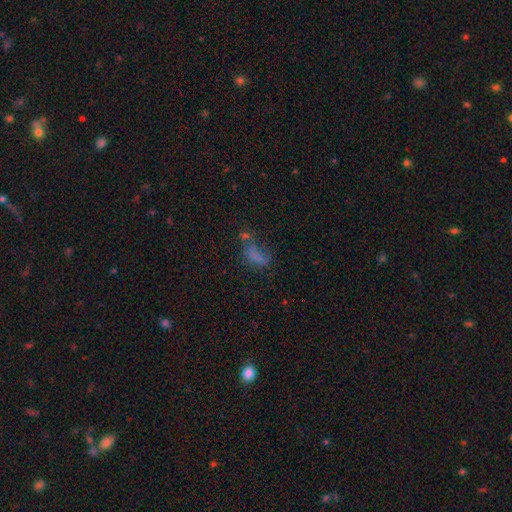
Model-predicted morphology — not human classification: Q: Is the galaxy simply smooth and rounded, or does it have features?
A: smooth — 53%.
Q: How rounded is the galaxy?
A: in between — 82%.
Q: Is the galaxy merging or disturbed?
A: major disturbance — 33%.